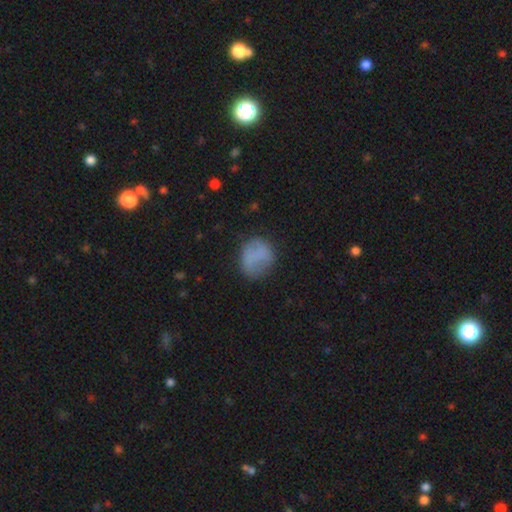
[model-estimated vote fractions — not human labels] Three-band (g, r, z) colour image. It shows a smooth galaxy with no disk features (72%) that is round (67%). Merging: none (60%).